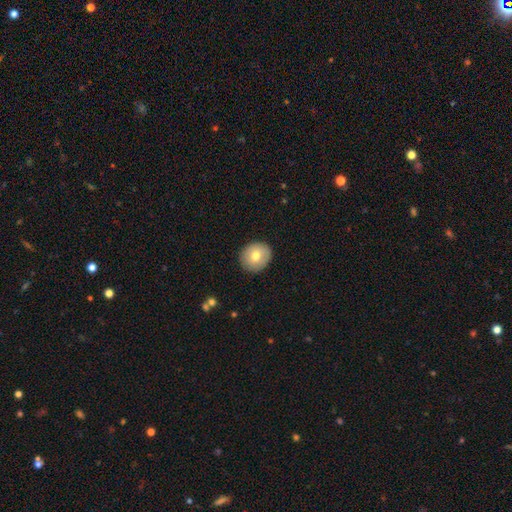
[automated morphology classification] smooth 72%, featured or disk 20%, star or artifact 8%. Down the decision tree: how rounded — round (83%); merging — none (89%).